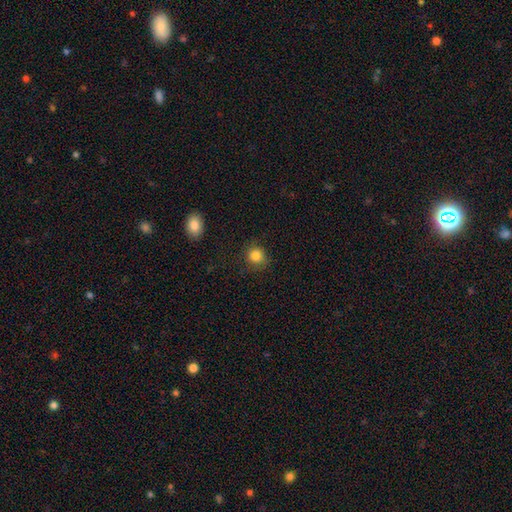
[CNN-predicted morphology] Smooth or featured? Predicted: smooth (p=0.84). How rounded? Predicted: round (p=0.87). Merging? Predicted: none (p=0.82).